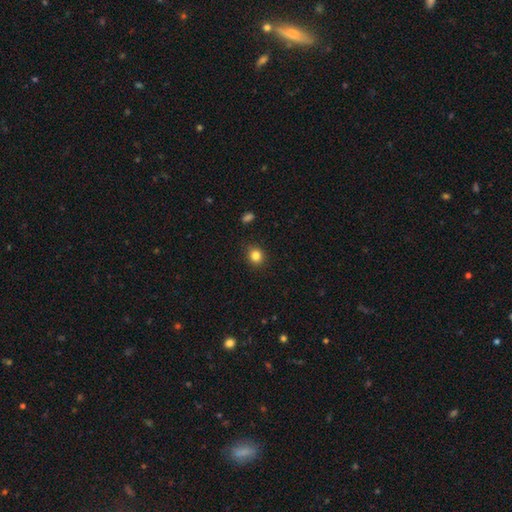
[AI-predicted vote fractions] The model was most divided on "how rounded": round: 80%, in between: 19%, cigar-shaped: 1%. More confident: merging — none (89%); smooth or featured — smooth (83%).